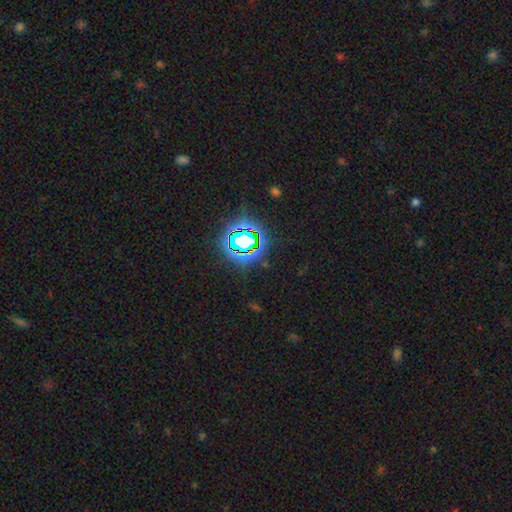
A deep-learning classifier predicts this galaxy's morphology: Smooth or featured? star or artifact (82%)